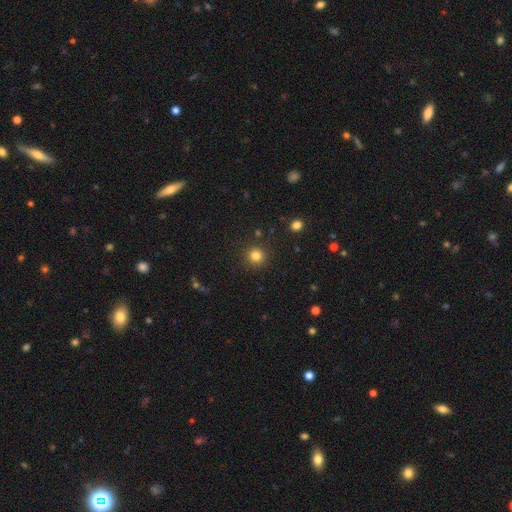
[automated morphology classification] A smooth galaxy with no disk features (82%) that is round (93%). Merging: none (90%).